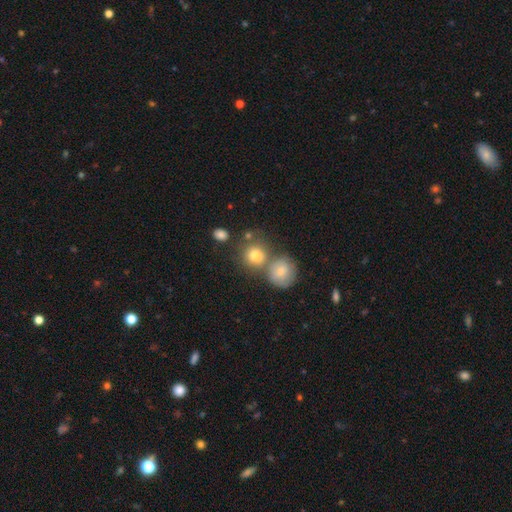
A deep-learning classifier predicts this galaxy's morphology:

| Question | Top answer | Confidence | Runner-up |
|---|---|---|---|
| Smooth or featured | smooth | 77% | featured or disk (12%) |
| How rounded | round | 86% | in between (13%) |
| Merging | none | 53% | merger (34%) |